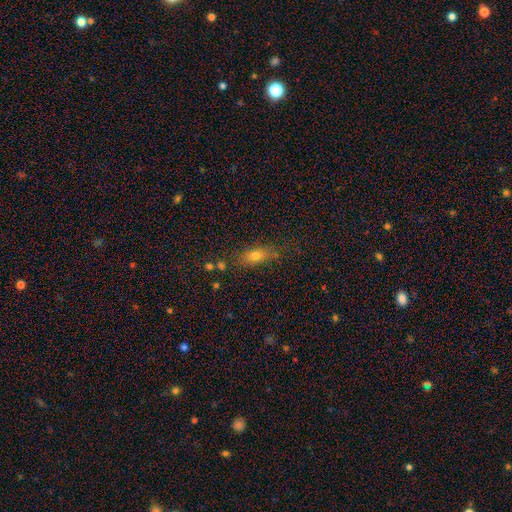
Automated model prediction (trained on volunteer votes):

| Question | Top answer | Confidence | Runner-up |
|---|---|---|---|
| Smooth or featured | smooth | 69% | featured or disk (17%) |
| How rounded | in between | 67% | cigar-shaped (22%) |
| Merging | none | 71% | minor disturbance (18%) |